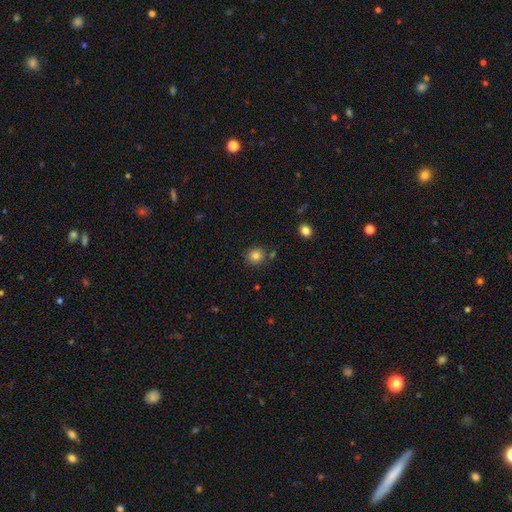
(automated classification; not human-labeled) Overall: smooth (82%). How rounded: round (90%). Merging: none (82%).